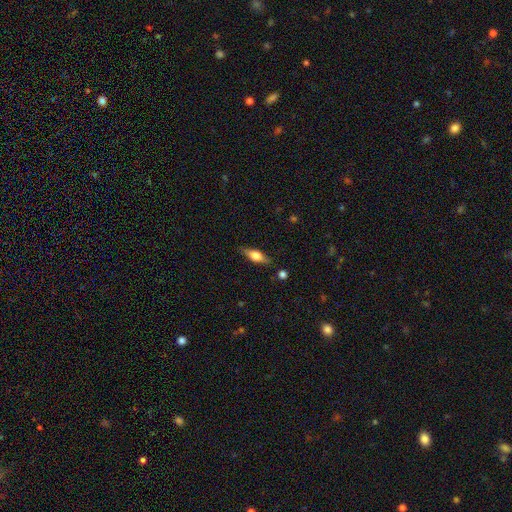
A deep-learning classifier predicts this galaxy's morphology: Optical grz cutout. It shows a smooth galaxy with no disk features (52%) that is in between round and cigar-shaped (64%). Merging: none (82%).